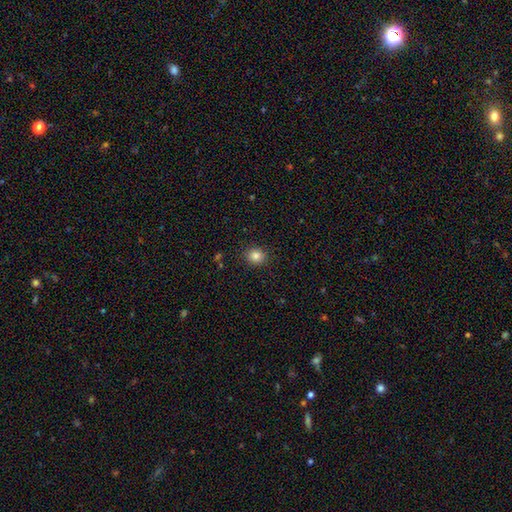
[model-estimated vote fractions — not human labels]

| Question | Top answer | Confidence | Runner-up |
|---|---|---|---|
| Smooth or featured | smooth | 84% | star or artifact (11%) |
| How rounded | round | 77% | in between (22%) |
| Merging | none | 90% | minor disturbance (7%) |